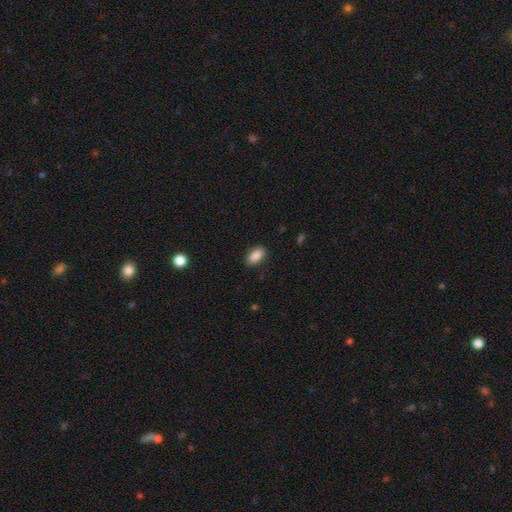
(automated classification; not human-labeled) A smooth galaxy with no disk features (88%) that is in between round and cigar-shaped (91%). Merging: none (87%).